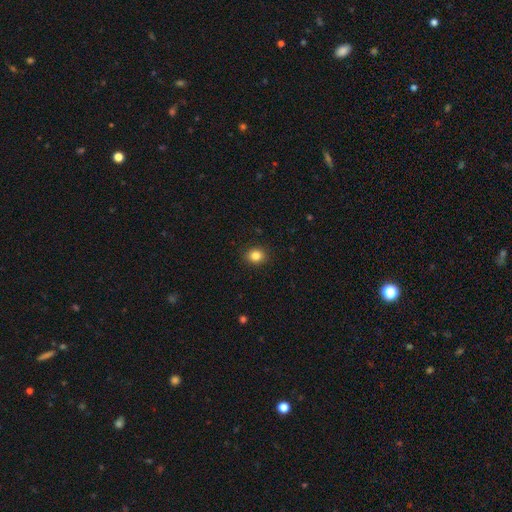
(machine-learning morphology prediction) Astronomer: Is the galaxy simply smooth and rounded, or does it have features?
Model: smooth — 84%.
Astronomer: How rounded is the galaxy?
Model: round — 72%.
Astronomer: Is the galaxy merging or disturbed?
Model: none — 91%.